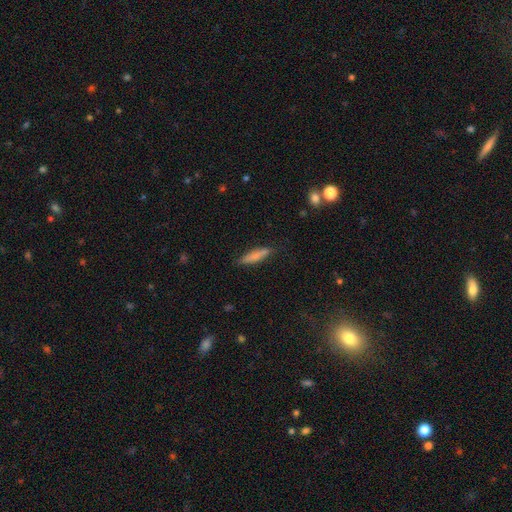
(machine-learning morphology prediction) A smooth galaxy with no disk features (74%) that is cigar-shaped (79%).

Vote fractions:
- Smooth or featured? smooth: 74% / featured or disk: 19% / star or artifact: 6%
- How rounded? cigar-shaped: 79% / in between: 19% / round: 2%
- Merging? none: 82% / minor disturbance: 14% / major disturbance: 3% / merger: 2%